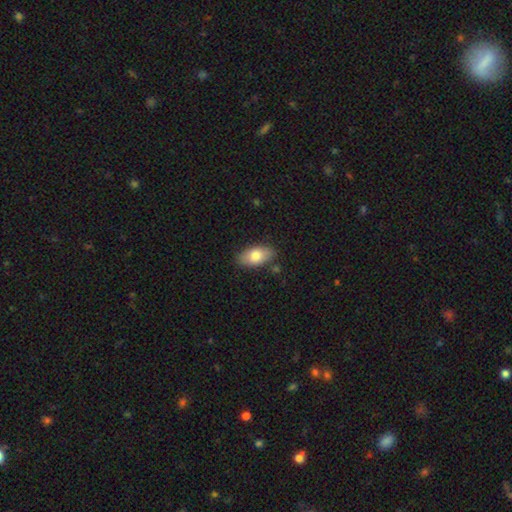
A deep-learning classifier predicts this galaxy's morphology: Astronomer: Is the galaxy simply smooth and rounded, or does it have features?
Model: smooth — 79%.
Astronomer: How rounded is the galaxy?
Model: in between — 91%.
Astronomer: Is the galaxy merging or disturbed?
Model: none — 83%.